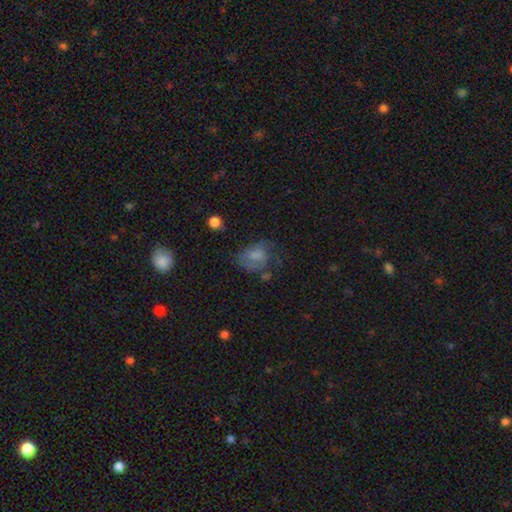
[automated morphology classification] Overall: smooth (60%; featured or disk 28%). How rounded: in between (67%; round 31%). Merging: none (35%; major disturbance 32%).